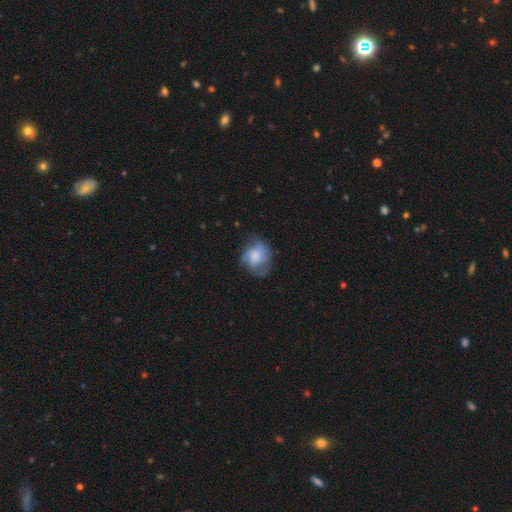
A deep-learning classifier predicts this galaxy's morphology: Smooth or featured? smooth (49%)
Merging? none (55%)